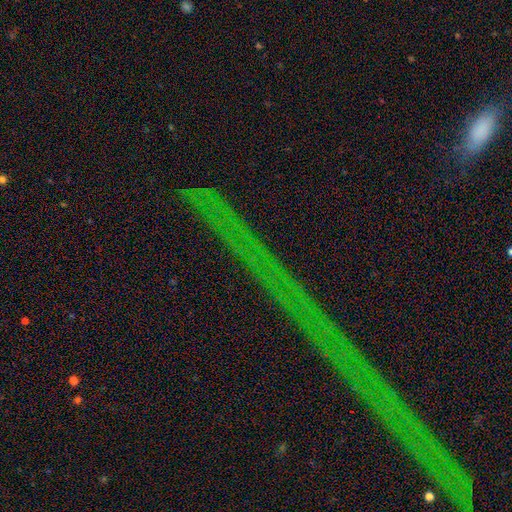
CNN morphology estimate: smooth_or_featured: star or artifact (p=0.82) [alt: featured or disk p=0.10]